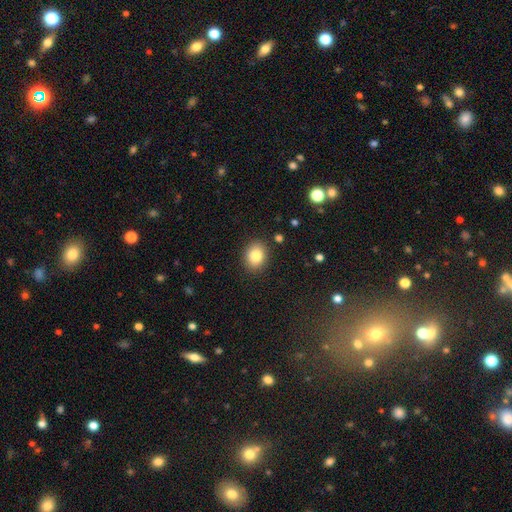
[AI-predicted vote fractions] smooth_or_featured: smooth (p=0.84) [alt: star or artifact p=0.09]
how_rounded: in between (p=0.54) [alt: round p=0.45]
merging: none (p=0.88) [alt: minor disturbance p=0.08]